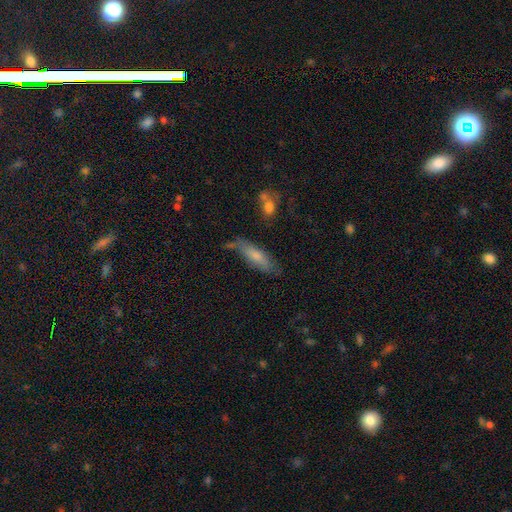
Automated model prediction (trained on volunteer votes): smooth-or-featured: smooth: 69% | featured or disk: 25% | star or artifact: 7%
  how-rounded: cigar-shaped: 56% | in between: 42% | round: 2%
  merging: none: 58% | minor disturbance: 27% | major disturbance: 8% | merger: 7%